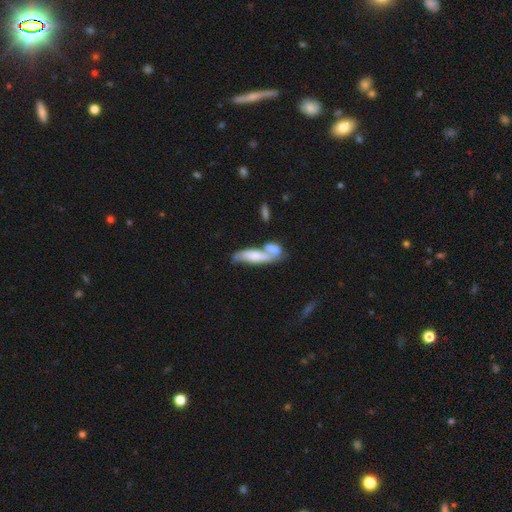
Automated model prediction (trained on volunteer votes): This appears to be a smooth galaxy with no disk features (58%) that is in between round and cigar-shaped (52%). Merging: merger (54%).